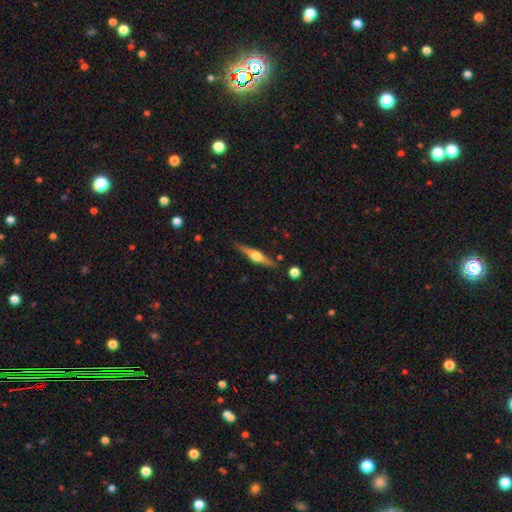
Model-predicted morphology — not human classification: featured or disk 79%, smooth 16%, star or artifact 6%. Down the decision tree: edge-on disk — yes (98%); edge-on bulge — rounded (95%); merging — none (88%).